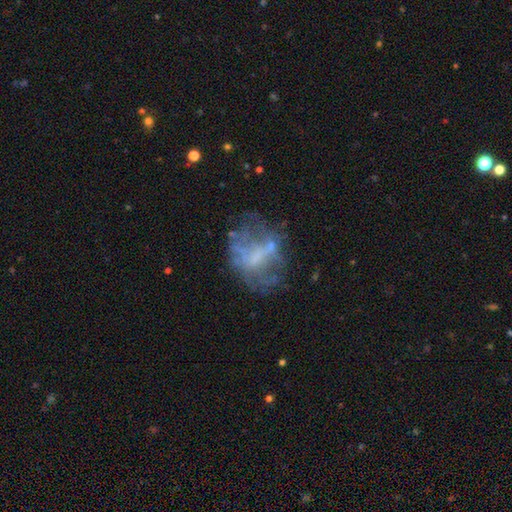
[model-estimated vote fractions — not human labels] The model was most divided on "merging": none: 48%, major disturbance: 26%, minor disturbance: 19%, merger: 8%. More confident: edge-on disk — no (97%); spiral arms — no (81%); bar — no (67%); smooth or featured — featured or disk (59%); bulge size — none (52%).